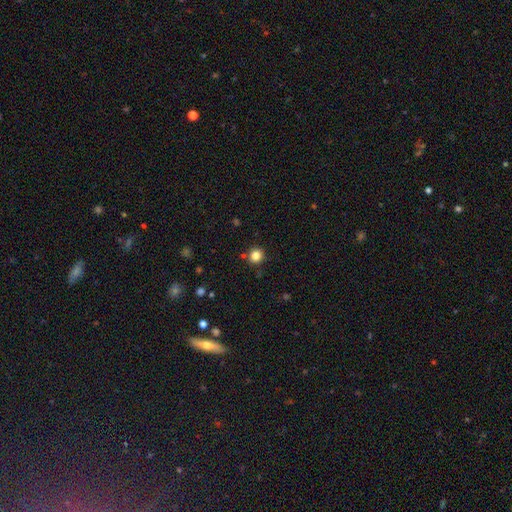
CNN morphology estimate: smooth-or-featured: smooth: 83% | star or artifact: 13% | featured or disk: 5%
  how-rounded: round: 92% | in between: 7% | cigar-shaped: 1%
  merging: none: 88% | minor disturbance: 7% | merger: 4% | major disturbance: 2%